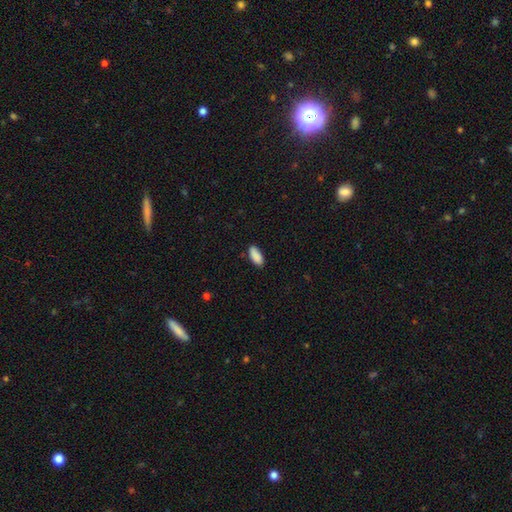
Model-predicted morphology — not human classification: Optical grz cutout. It shows a smooth galaxy with no disk features (90%) that is in between round and cigar-shaped (87%). Merging: none (85%).